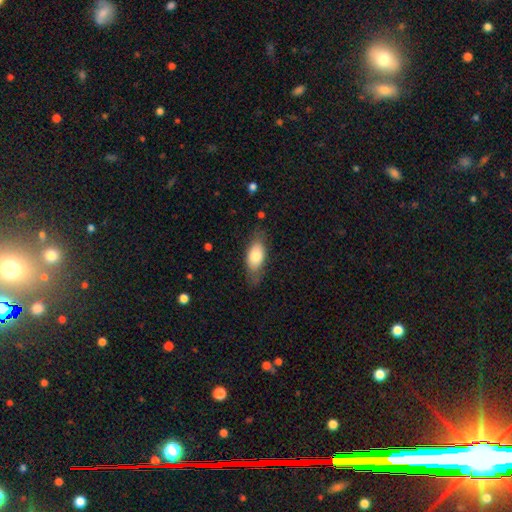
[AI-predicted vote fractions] Q: Smooth or featured?
A: smooth (74%); runner-up: featured or disk (20%)
Q: How rounded?
A: in between (85%); runner-up: cigar-shaped (10%)
Q: Merging?
A: none (72%); runner-up: minor disturbance (20%)